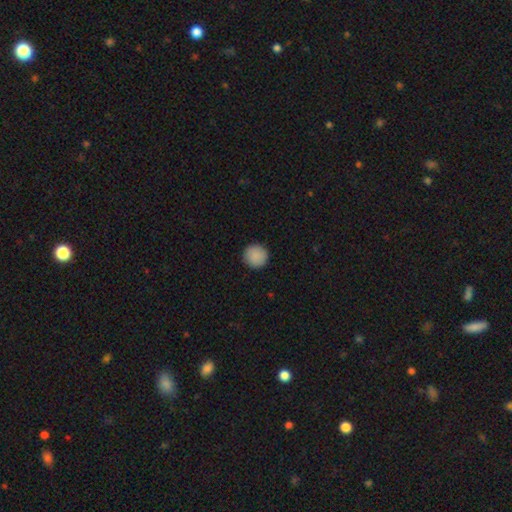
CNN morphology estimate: Smooth or featured? smooth (90%)
How rounded? round (95%)
Merging? none (92%)